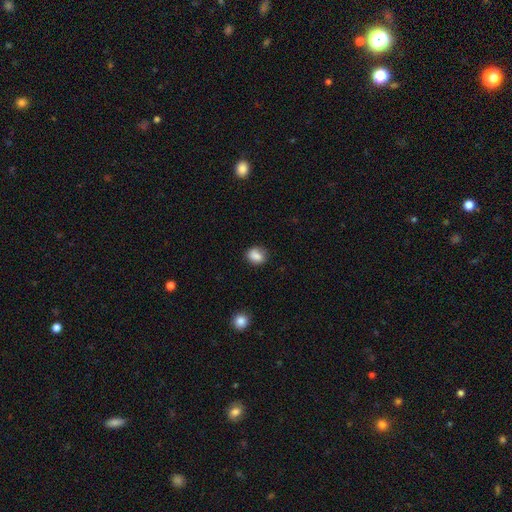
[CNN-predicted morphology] Smooth or featured: smooth — 84% (star or artifact — 9%)
How rounded: round — 55% (in between — 44%)
Merging: none — 73% (minor disturbance — 19%)